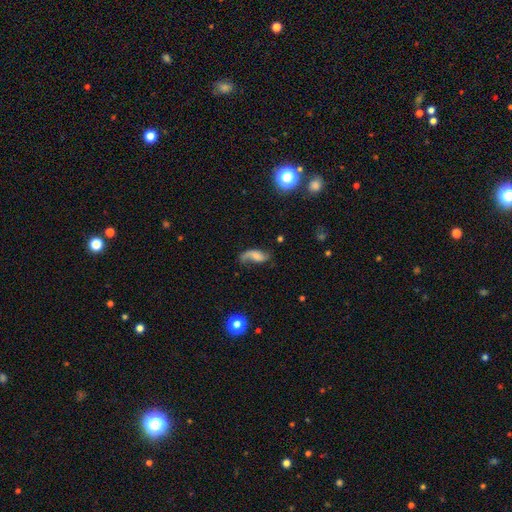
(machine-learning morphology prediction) This appears to be a featured or disk galaxy (60%) with no bar (57%), 2 (60%) loose (74%) spiral arms (89%) and a small central bulge (34%). Merging: none (45%).